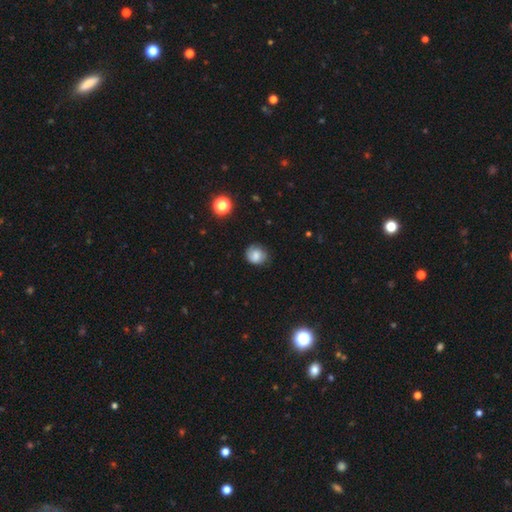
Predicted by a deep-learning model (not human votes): This is likely a smooth galaxy (77%). How rounded: likely round (74%). Merging: likely none (72%).